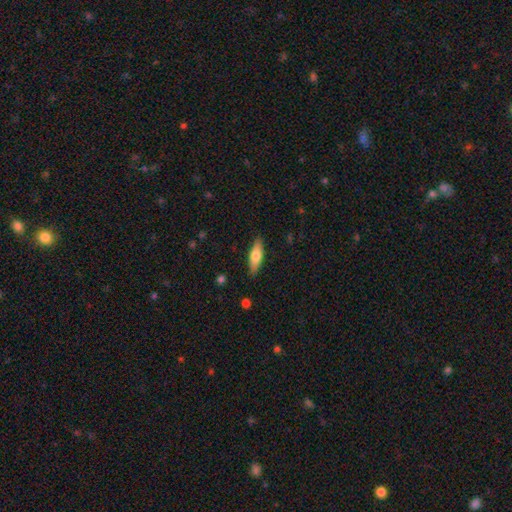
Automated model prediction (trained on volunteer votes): smooth_or_featured: smooth (p=0.63) [alt: featured or disk p=0.31]
how_rounded: cigar-shaped (p=0.49) [alt: in between p=0.48]
merging: none (p=0.88) [alt: minor disturbance p=0.09]